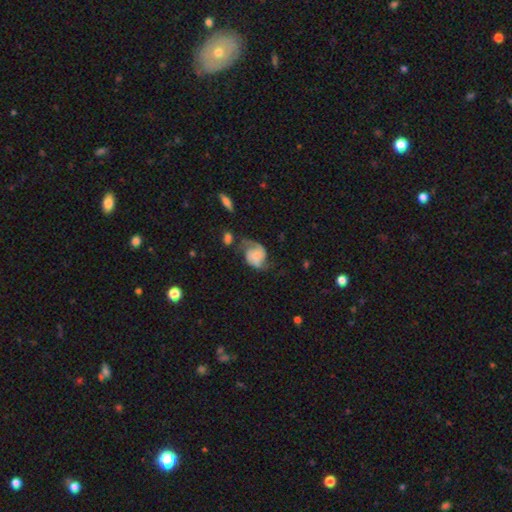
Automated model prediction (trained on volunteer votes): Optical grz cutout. It shows a featured or disk galaxy (62%) with no bar (69%), 2 (74%) medium (40%) spiral arms (89%) and a small central bulge (41%). Merging: none (38%).